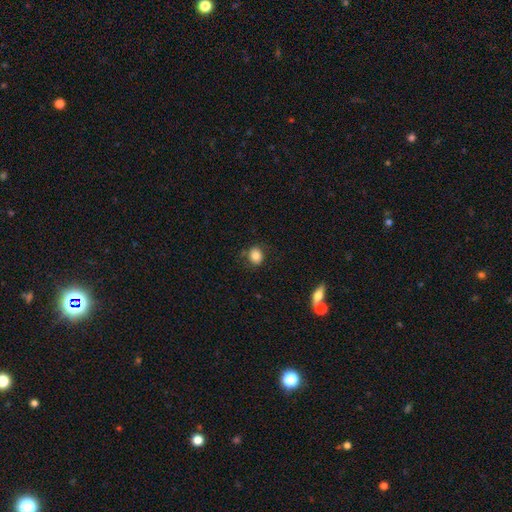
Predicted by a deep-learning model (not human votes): Smooth or featured?
  - smooth: 83% *
  - star or artifact: 9%
  - featured or disk: 7%
How rounded?
  - round: 61% *
  - in between: 37%
  - cigar-shaped: 1%
Merging?
  - none: 76% *
  - minor disturbance: 16%
  - major disturbance: 5%
  - merger: 3%